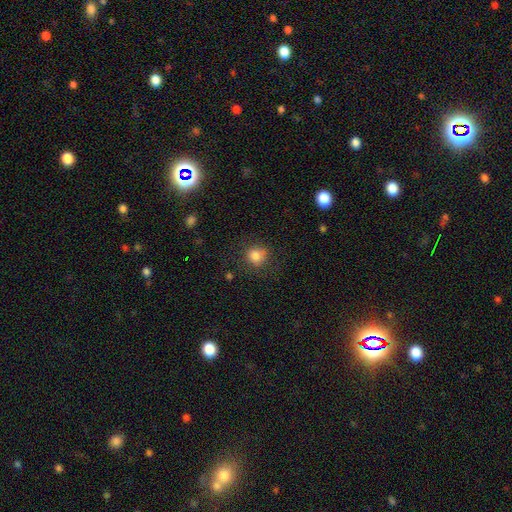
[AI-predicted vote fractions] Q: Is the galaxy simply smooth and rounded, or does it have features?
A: smooth — 82%.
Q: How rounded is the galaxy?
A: round — 84%.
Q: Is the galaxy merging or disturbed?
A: none — 74%.